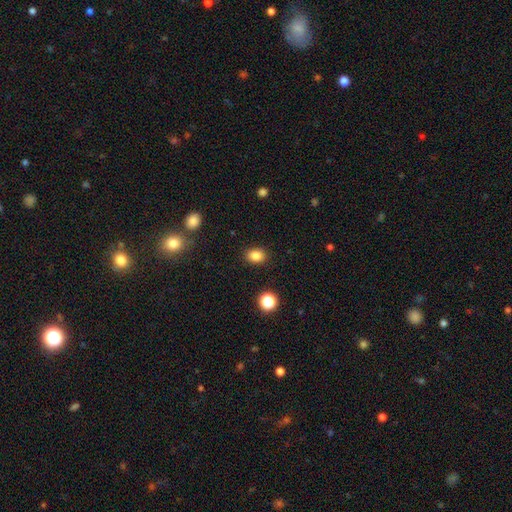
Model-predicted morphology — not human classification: smooth_or_featured: smooth (p=0.84) [alt: star or artifact p=0.11]
how_rounded: in between (p=0.61) [alt: round p=0.38]
merging: none (p=0.88) [alt: minor disturbance p=0.08]